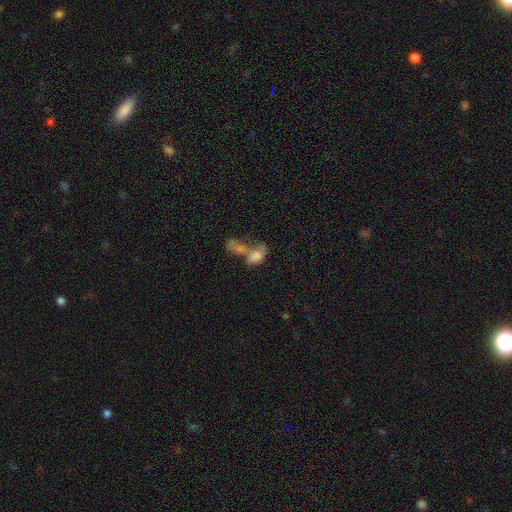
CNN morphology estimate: smooth 69%, featured or disk 21%, star or artifact 10%. Down the decision tree: how rounded — in between (86%); merging — merger (71%).